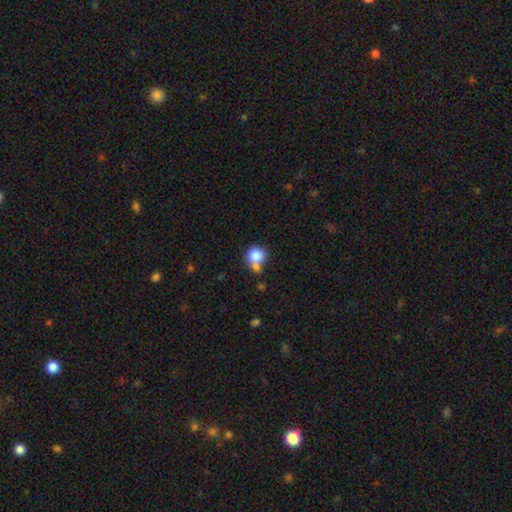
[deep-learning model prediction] Overall: smooth (81%). How rounded: round (82%). Merging: merger (42%; none 41%).